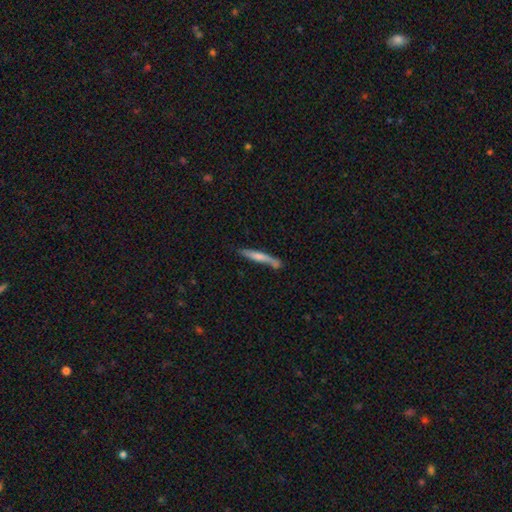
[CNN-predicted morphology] Q: Smooth or featured?
A: smooth (49%); runner-up: featured or disk (44%)
Q: Merging?
A: none (72%); runner-up: minor disturbance (17%)